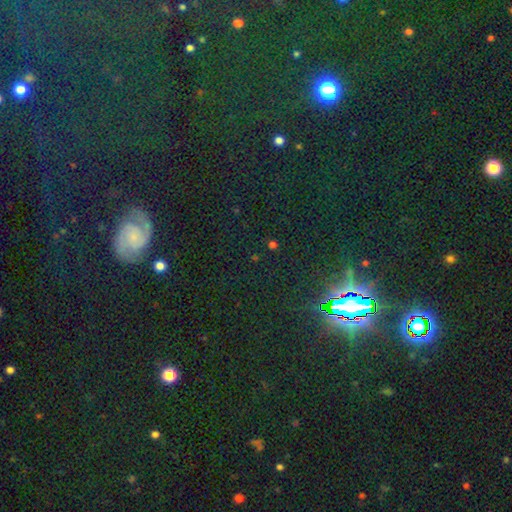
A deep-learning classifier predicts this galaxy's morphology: smooth_or_featured: star or artifact (p=0.72) [alt: smooth p=0.17]